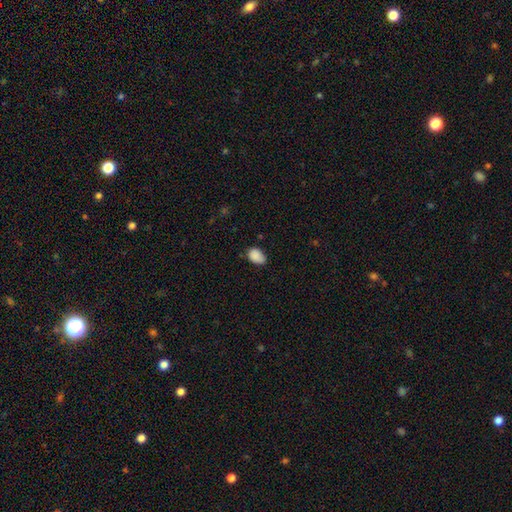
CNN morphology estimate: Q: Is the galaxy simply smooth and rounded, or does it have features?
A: smooth — 88%.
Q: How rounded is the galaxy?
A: in between — 86%.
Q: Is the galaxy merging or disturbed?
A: none — 70%.